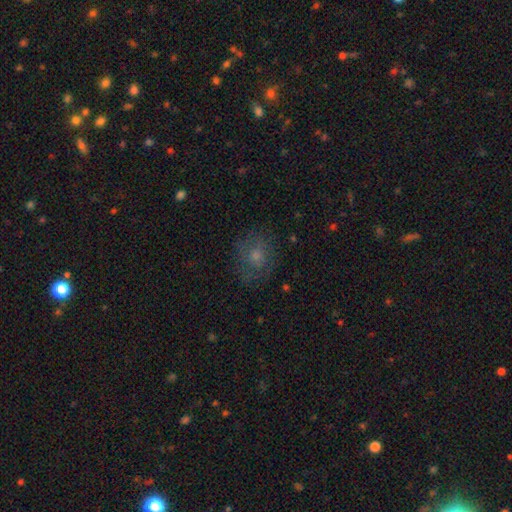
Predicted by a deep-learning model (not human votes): This is possibly a smooth galaxy (53%). How rounded: likely round (75%). Merging: likely none (73%).